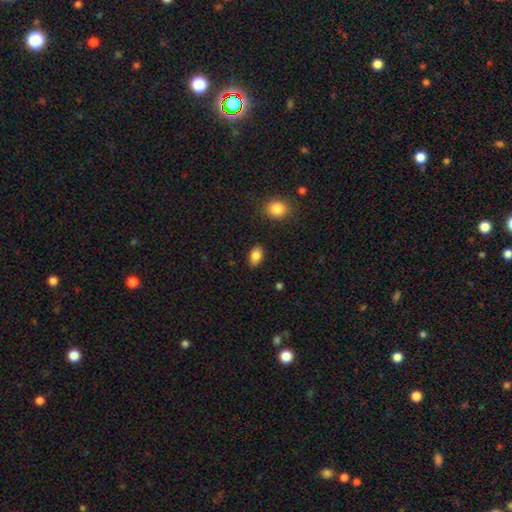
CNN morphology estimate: smooth-or-featured: smooth: 85% | star or artifact: 8% | featured or disk: 6%
  how-rounded: in between: 90% | round: 8% | cigar-shaped: 2%
  merging: none: 87% | minor disturbance: 9% | major disturbance: 2% | merger: 2%